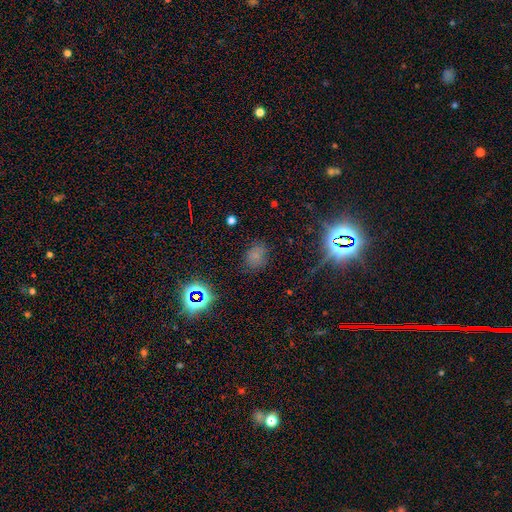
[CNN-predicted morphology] A smooth galaxy with no disk features (61%) that is round (51%). Merging: none (76%).